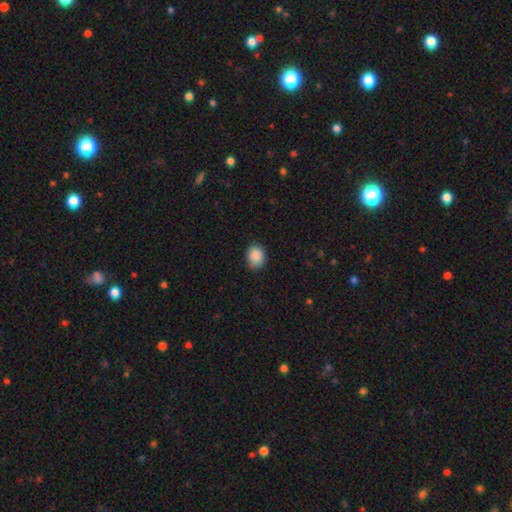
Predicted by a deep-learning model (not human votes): Q: Smooth or featured?
A: smooth (88%); runner-up: star or artifact (8%)
Q: How rounded?
A: in between (53%); runner-up: round (46%)
Q: Merging?
A: none (82%); runner-up: minor disturbance (15%)